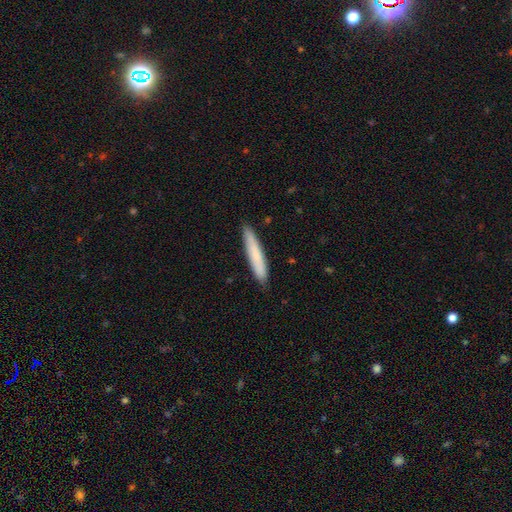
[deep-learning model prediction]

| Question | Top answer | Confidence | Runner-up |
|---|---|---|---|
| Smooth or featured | smooth | 77% | featured or disk (17%) |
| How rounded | cigar-shaped | 93% | in between (6%) |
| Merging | none | 88% | minor disturbance (9%) |